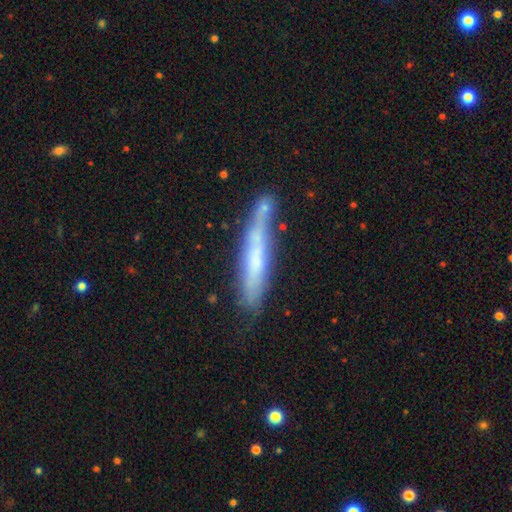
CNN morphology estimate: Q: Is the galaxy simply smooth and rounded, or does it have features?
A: smooth — 47%.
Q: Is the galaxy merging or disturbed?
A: none — 62%.